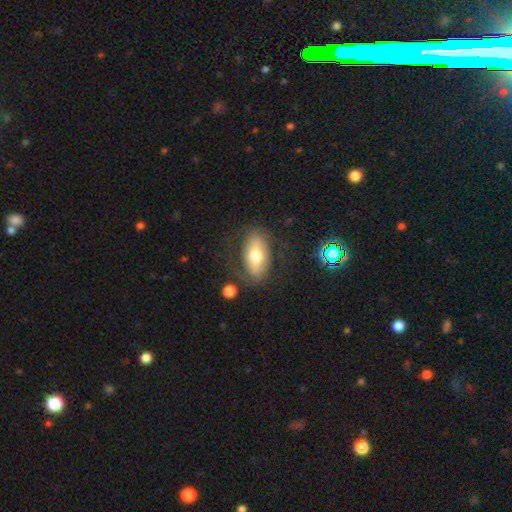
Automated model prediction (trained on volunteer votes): Smooth or featured? Predicted: smooth (p=0.51). How rounded? Predicted: in between (p=0.87). Merging? Predicted: none (p=0.71).